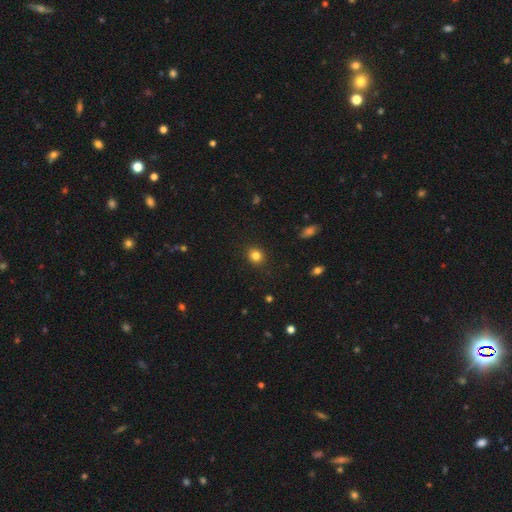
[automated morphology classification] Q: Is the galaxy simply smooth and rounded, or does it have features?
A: smooth — 83%.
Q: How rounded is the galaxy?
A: round — 78%.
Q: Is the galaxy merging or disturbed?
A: none — 90%.